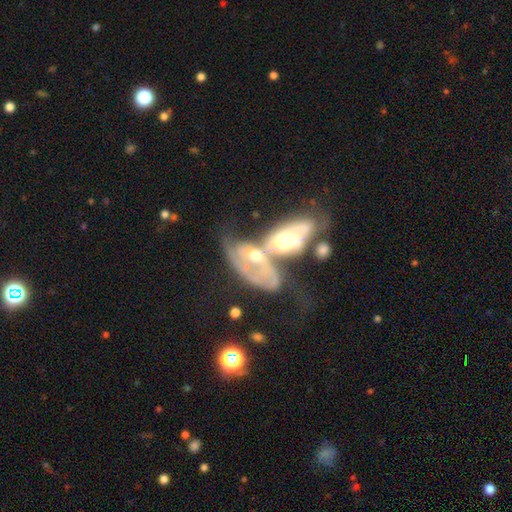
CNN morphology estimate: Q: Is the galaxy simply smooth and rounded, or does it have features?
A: featured or disk — 71%.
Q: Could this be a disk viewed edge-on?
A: no — 91%.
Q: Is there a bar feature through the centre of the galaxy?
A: no — 74%.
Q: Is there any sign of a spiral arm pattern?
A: yes — 69%.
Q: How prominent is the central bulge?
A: moderate — 63%.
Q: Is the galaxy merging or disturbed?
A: merger — 72%.